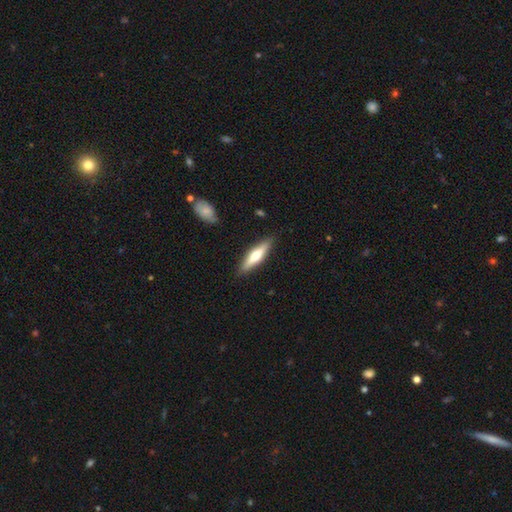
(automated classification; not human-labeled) The model was most divided on "smooth or featured": featured or disk: 48%, smooth: 46%, star or artifact: 5%. More confident: merging — none (88%).